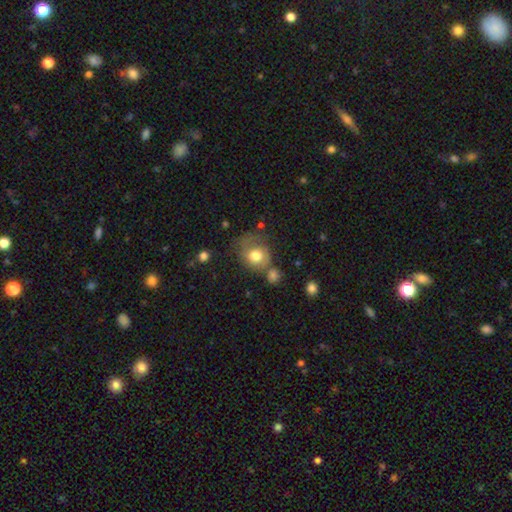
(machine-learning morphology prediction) smooth 73%, featured or disk 17%, star or artifact 9%. Down the decision tree: how rounded — round (75%); merging — none (44%).